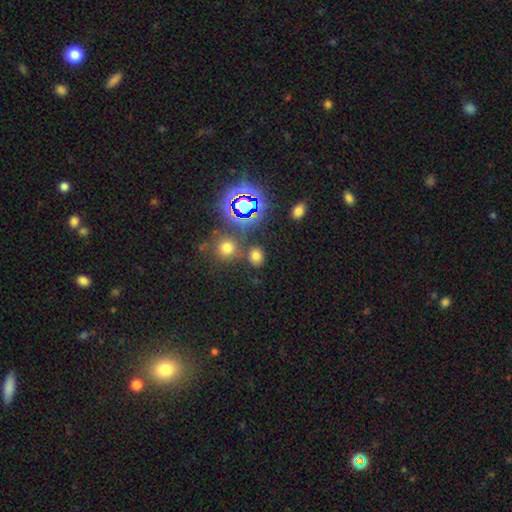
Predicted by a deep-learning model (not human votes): This appears to be a smooth galaxy with no disk features (66%) that is round (68%). Merging: none (76%).